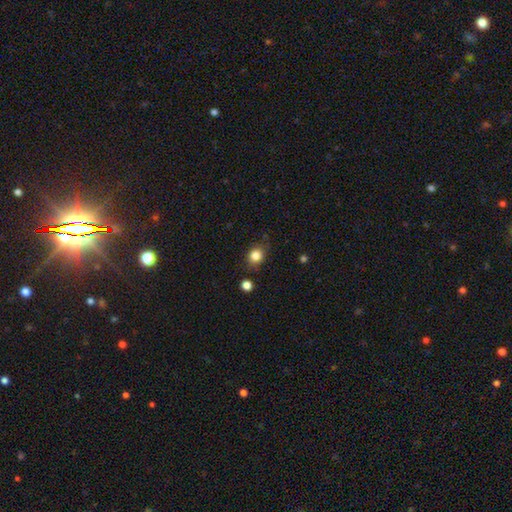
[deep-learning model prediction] This is clearly a smooth galaxy (84%). How rounded: likely round (70%). Merging: likely none (77%).